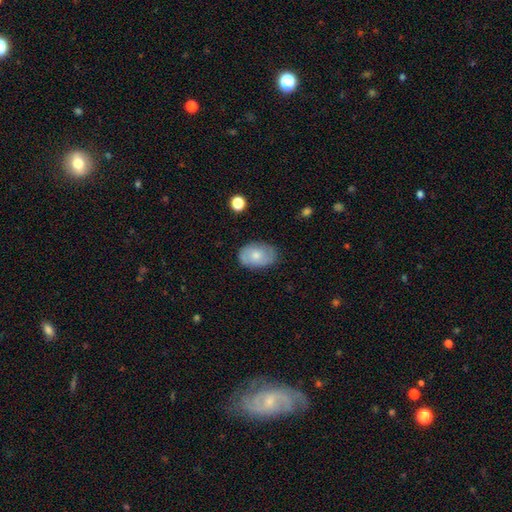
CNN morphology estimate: smooth_or_featured: smooth (p=0.62) [alt: featured or disk p=0.31]
how_rounded: in between (p=0.85) [alt: round p=0.14]
merging: none (p=0.77) [alt: minor disturbance p=0.18]